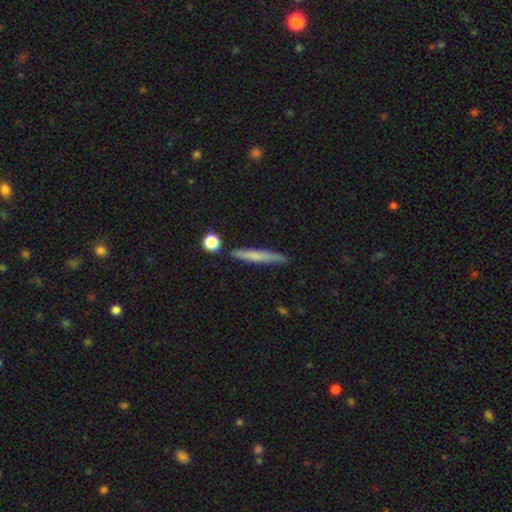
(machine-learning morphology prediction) Overall: smooth (65%; featured or disk 28%). How rounded: cigar-shaped (94%). Merging: none (84%).